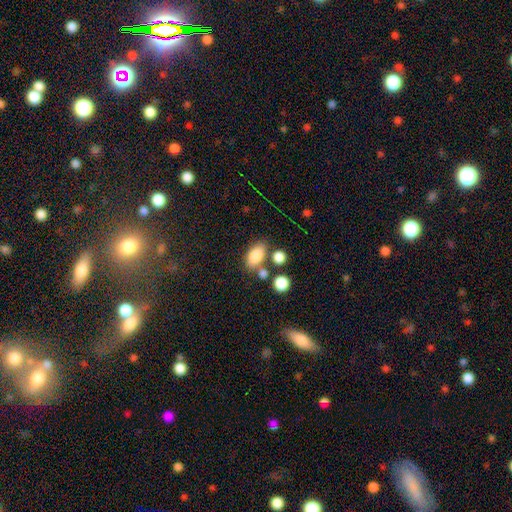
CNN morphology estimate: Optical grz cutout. It shows a smooth galaxy with no disk features (83%) that is in between round and cigar-shaped (88%). Merging: none (65%).